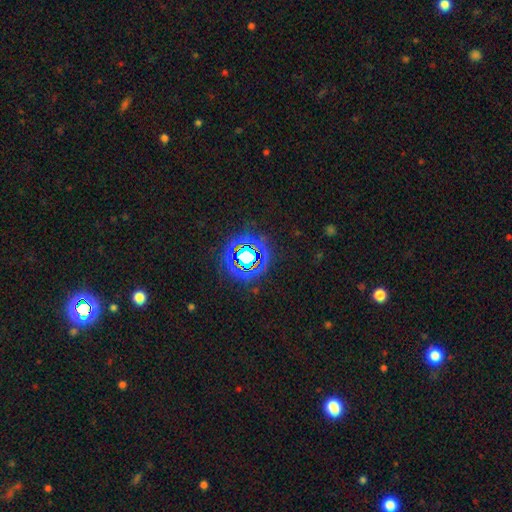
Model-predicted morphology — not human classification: The model was most divided on "smooth or featured": star or artifact: 81%, smooth: 12%, featured or disk: 7%.